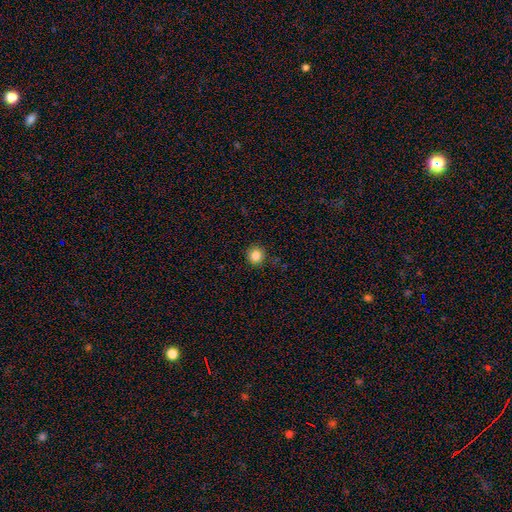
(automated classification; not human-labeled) Smooth or featured? smooth (85%)
How rounded? round (91%)
Merging? none (91%)